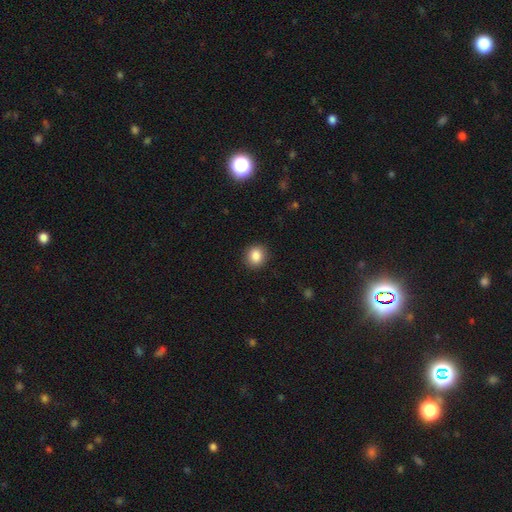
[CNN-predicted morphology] type=smooth (87%); roundness=round (79%); merging=none (91%).